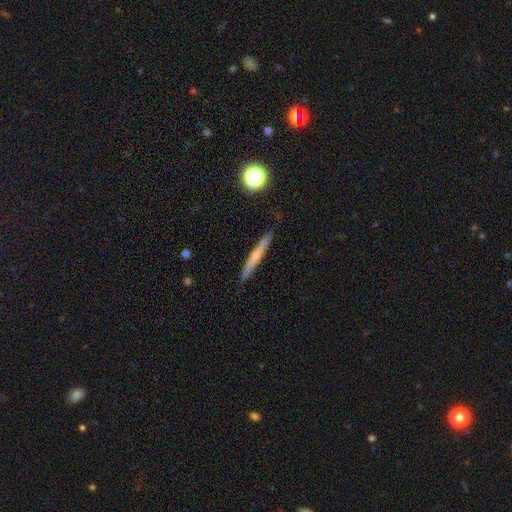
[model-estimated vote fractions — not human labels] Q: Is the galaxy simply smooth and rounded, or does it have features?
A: smooth — 51%.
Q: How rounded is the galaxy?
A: cigar-shaped — 95%.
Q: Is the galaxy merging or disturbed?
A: none — 87%.